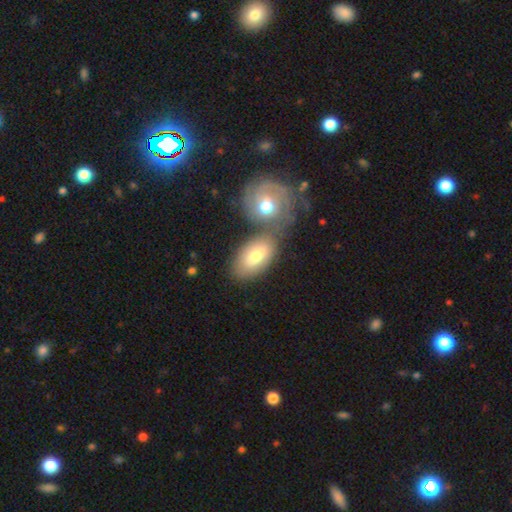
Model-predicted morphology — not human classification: This is likely a smooth galaxy (61%). How rounded: clearly in between (89%). Merging: possibly none (46%).